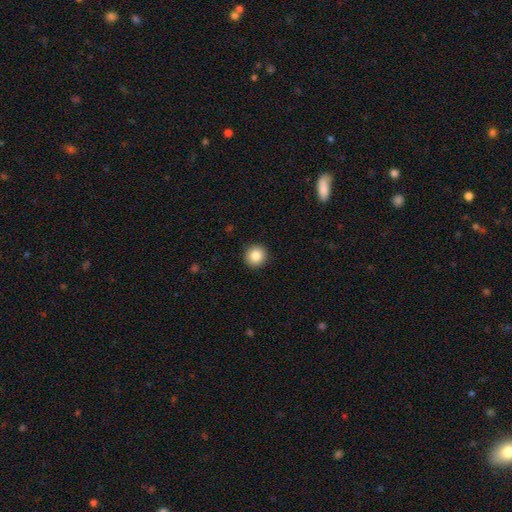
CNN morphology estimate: This is clearly a smooth galaxy (85%). How rounded: clearly round (94%). Merging: clearly none (93%).